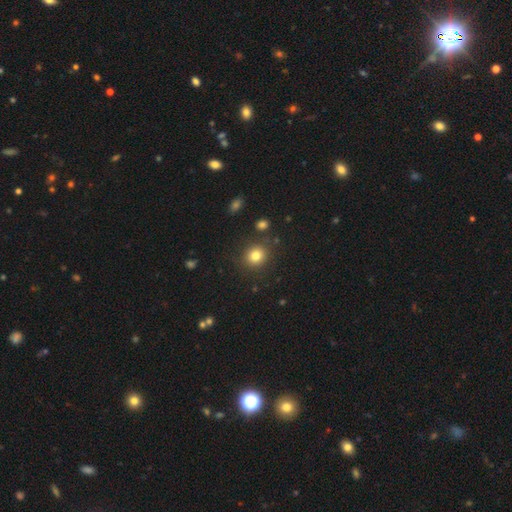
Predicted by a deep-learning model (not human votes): This appears to be a smooth galaxy with no disk features (81%) that is round (81%). Merging: none (85%).